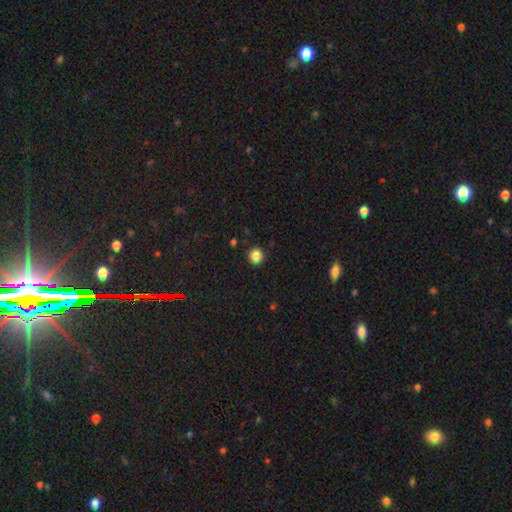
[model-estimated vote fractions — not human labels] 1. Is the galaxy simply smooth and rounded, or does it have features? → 85% smooth, 11% star or artifact, 4% featured or disk.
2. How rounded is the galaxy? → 93% round, 6% in between, 1% cigar-shaped.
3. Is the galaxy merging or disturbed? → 92% none, 5% minor disturbance, 2% major disturbance, 1% merger.